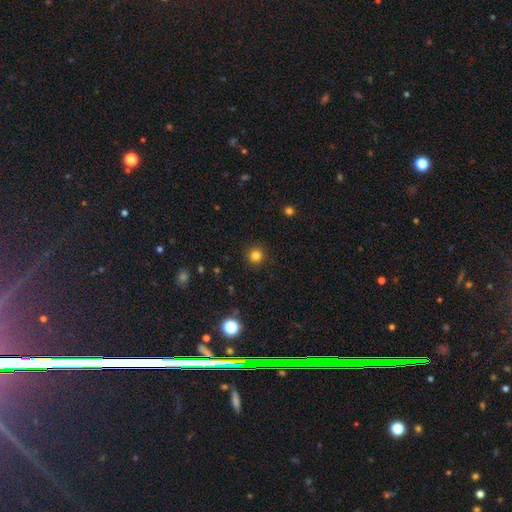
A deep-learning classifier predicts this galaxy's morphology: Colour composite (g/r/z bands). It shows a smooth galaxy with no disk features (82%) that is round (95%). Merging: none (92%).